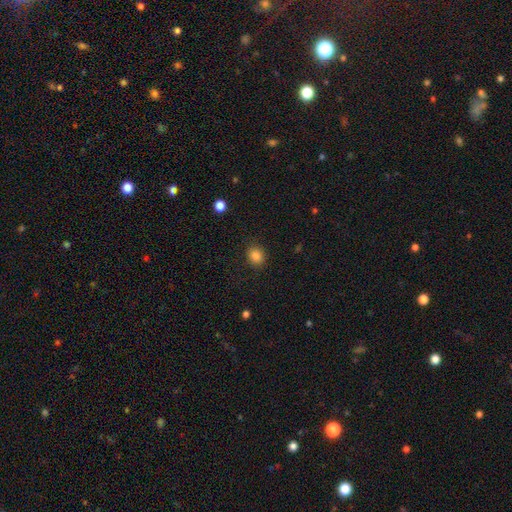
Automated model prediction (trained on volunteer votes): Morphology: type=smooth (85%); roundness=round (58%); merging=none (85%).